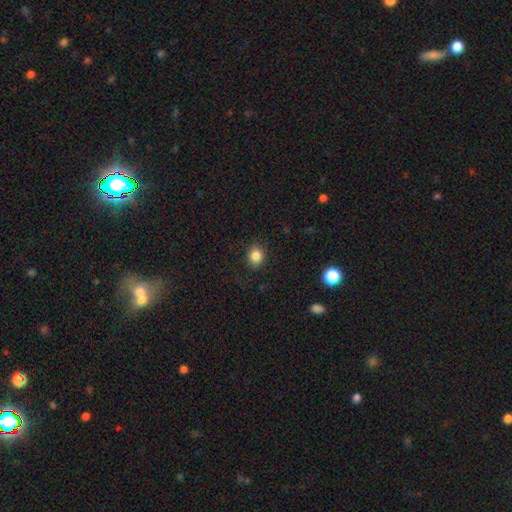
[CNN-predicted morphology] The model was most divided on "how rounded": round: 74%, in between: 25%, cigar-shaped: 1%. More confident: merging — none (87%); smooth or featured — smooth (85%).